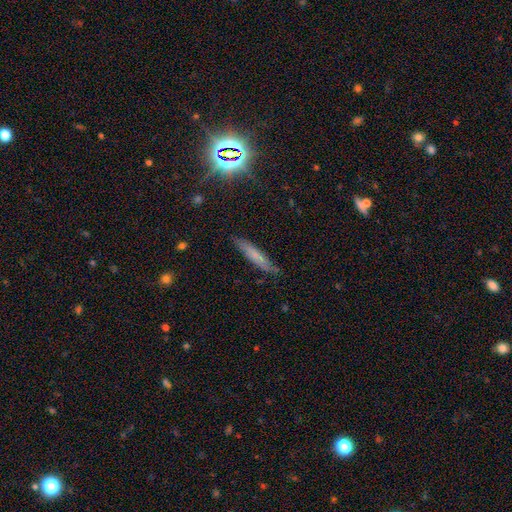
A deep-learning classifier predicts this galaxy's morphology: A smooth galaxy with no disk features (63%) that is cigar-shaped (89%).

Vote fractions:
- Smooth or featured? smooth: 63% / featured or disk: 26% / star or artifact: 11%
- How rounded? cigar-shaped: 89% / in between: 9% / round: 2%
- Merging? none: 82% / minor disturbance: 14% / major disturbance: 3% / merger: 2%